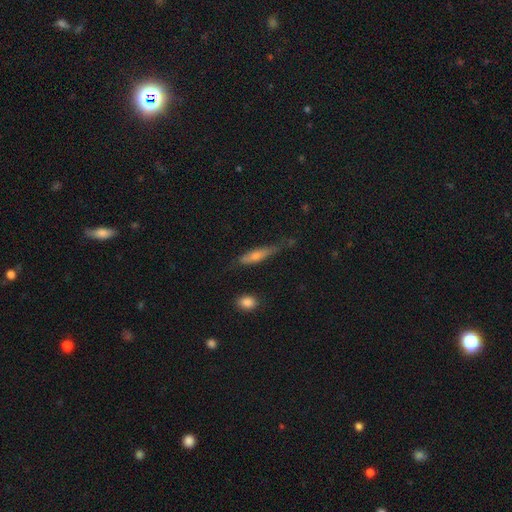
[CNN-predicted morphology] type=smooth (51%); roundness=cigar-shaped (80%); merging=none (66%).